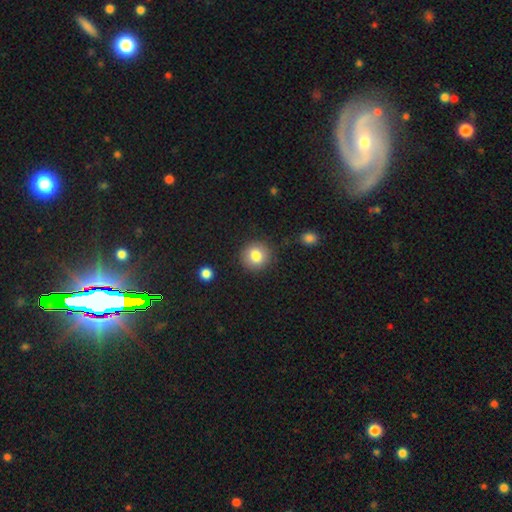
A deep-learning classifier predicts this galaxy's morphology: Smooth or featured? Predicted: smooth (p=0.82). How rounded? Predicted: round (p=0.90). Merging? Predicted: none (p=0.87).